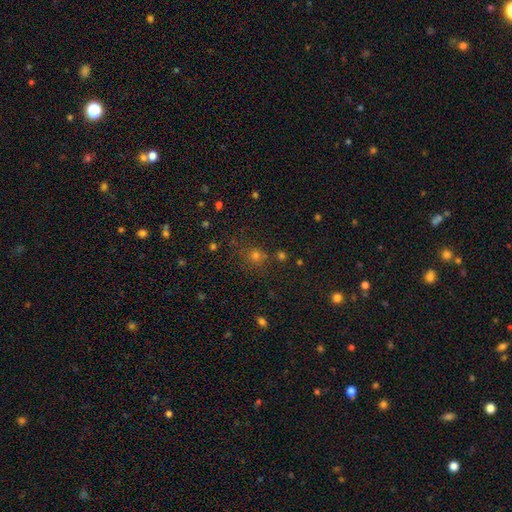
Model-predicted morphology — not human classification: type=smooth (57%); roundness=round (88%); merging=none (77%).